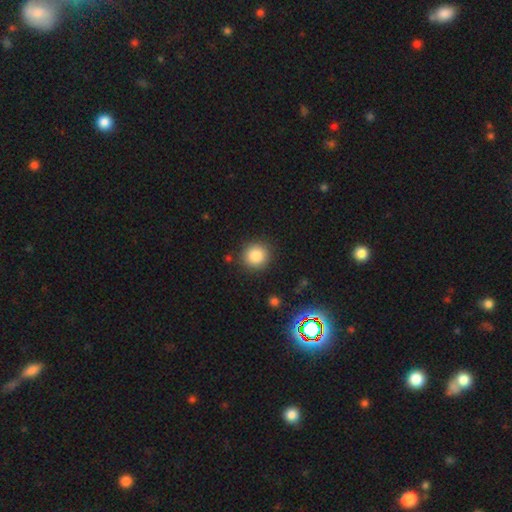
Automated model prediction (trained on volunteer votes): Overall: smooth (85%). How rounded: round (90%). Merging: none (88%).